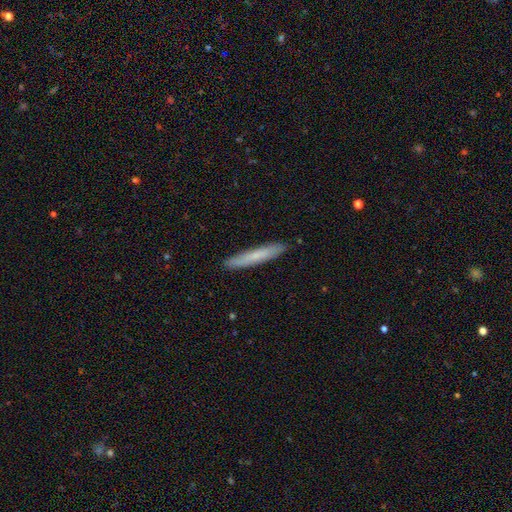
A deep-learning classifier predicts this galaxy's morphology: smooth_or_featured: smooth (p=0.66) [alt: featured or disk p=0.28]
how_rounded: cigar-shaped (p=0.95) [alt: in between p=0.04]
merging: none (p=0.90) [alt: minor disturbance p=0.08]